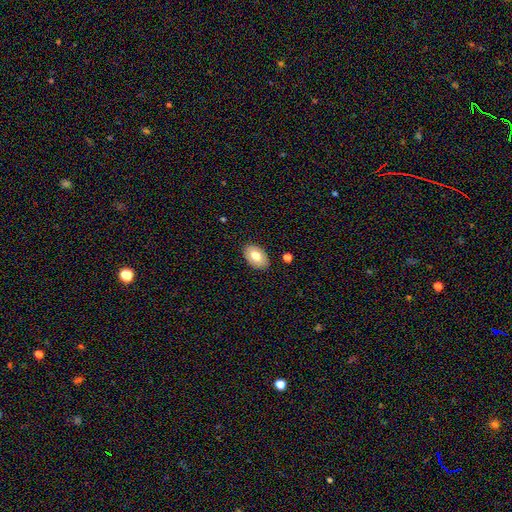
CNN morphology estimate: This is likely a smooth galaxy (74%). How rounded: clearly in between (90%). Merging: clearly none (87%).